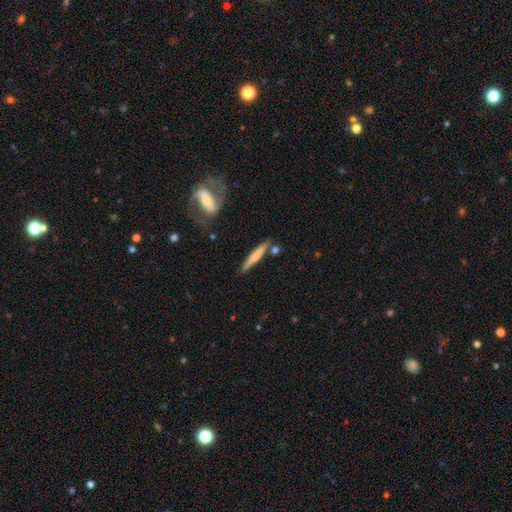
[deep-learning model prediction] Overall: smooth (63%; featured or disk 32%). How rounded: cigar-shaped (93%). Merging: none (78%).